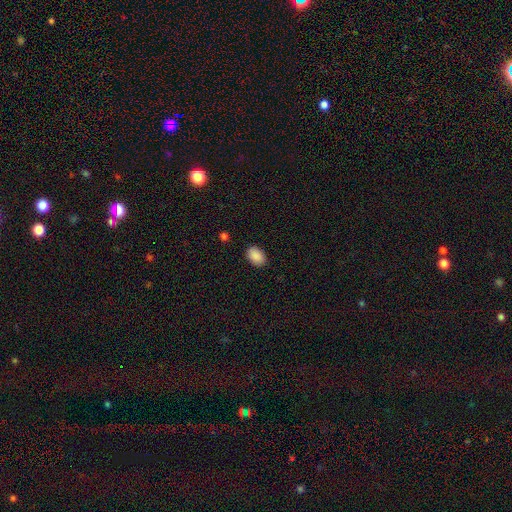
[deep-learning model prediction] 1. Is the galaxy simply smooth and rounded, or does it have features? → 90% smooth, 7% star or artifact, 3% featured or disk.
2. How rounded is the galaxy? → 88% in between, 11% round, 1% cigar-shaped.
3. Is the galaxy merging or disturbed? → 88% none, 9% minor disturbance, 2% major disturbance, 1% merger.